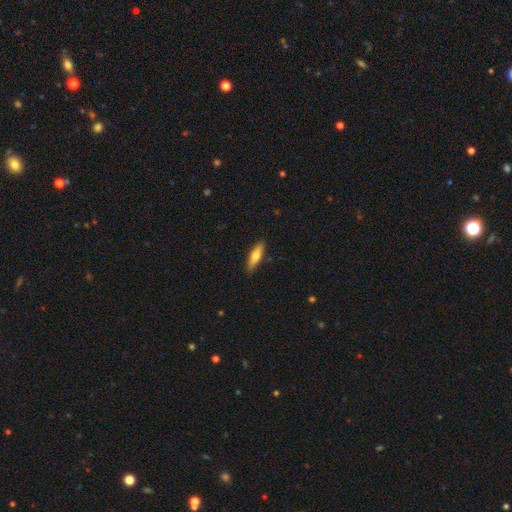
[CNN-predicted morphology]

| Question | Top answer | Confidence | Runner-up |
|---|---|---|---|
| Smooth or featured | smooth | 72% | featured or disk (22%) |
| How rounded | cigar-shaped | 56% | in between (42%) |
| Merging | none | 85% | minor disturbance (11%) |